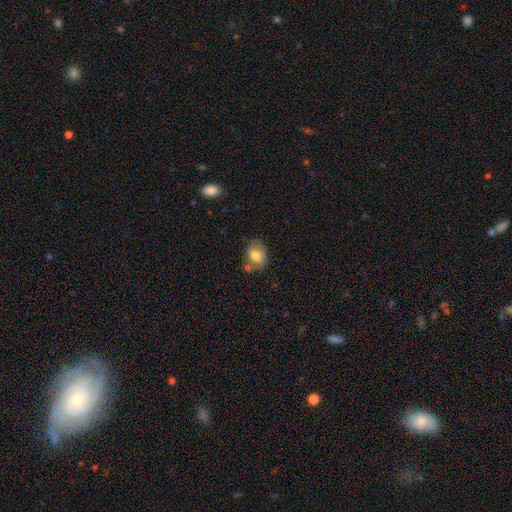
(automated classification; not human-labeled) This appears to be a smooth galaxy with no disk features (79%) that is in between round and cigar-shaped (61%). Merging: none (56%).